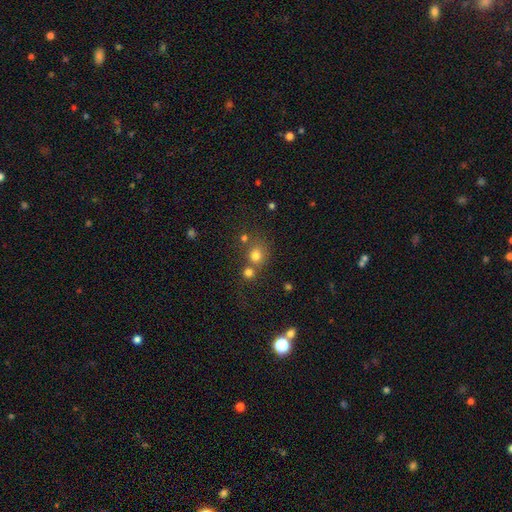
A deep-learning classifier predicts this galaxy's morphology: This is likely a smooth galaxy (74%). How rounded: clearly round (83%). Merging: possibly none (52%).